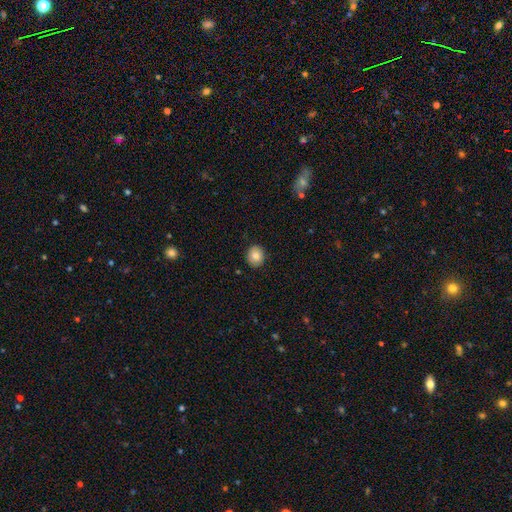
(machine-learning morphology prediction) Smooth or featured: smooth — 84% (star or artifact — 8%)
How rounded: round — 65% (in between — 34%)
Merging: none — 88% (minor disturbance — 9%)